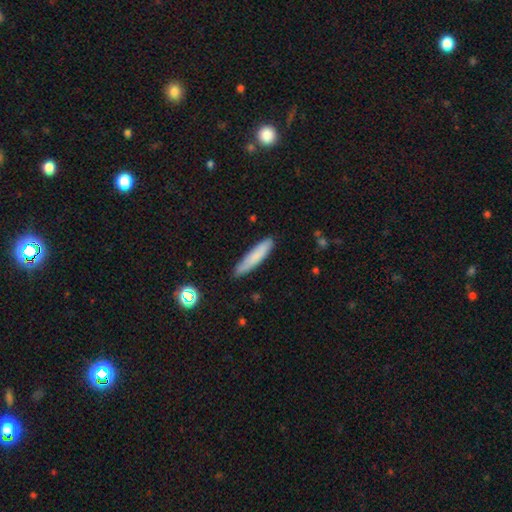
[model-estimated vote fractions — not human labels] This is likely a smooth galaxy (79%). How rounded: clearly cigar-shaped (85%). Merging: clearly none (84%).